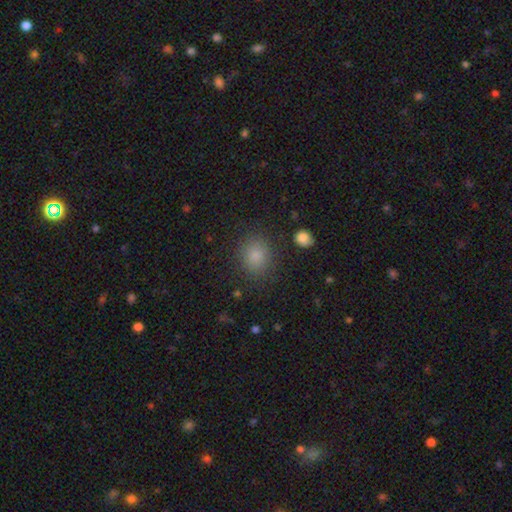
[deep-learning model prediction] Q: Smooth or featured?
A: smooth (83%); runner-up: star or artifact (11%)
Q: How rounded?
A: round (65%); runner-up: in between (33%)
Q: Merging?
A: none (85%); runner-up: minor disturbance (9%)